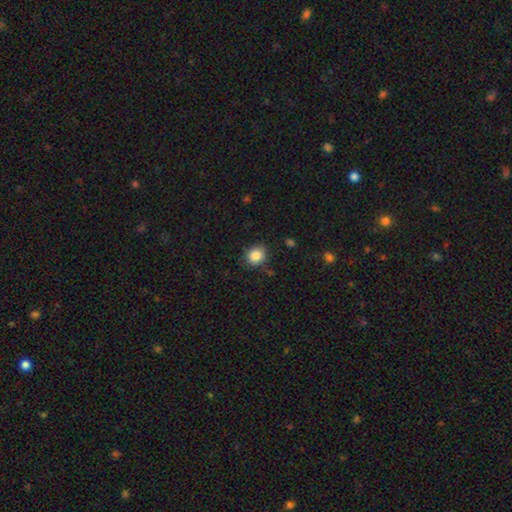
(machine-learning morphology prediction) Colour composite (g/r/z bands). It shows a smooth galaxy with no disk features (87%) that is round (72%). Merging: none (83%).